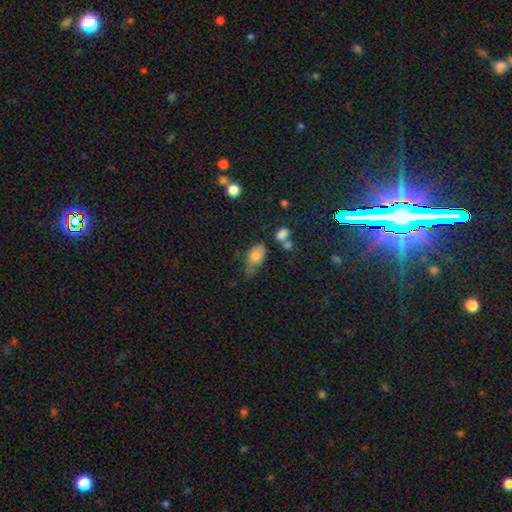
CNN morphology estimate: This appears to be a smooth galaxy with no disk features (77%) that is in between round and cigar-shaped (87%). Merging: none (39%).